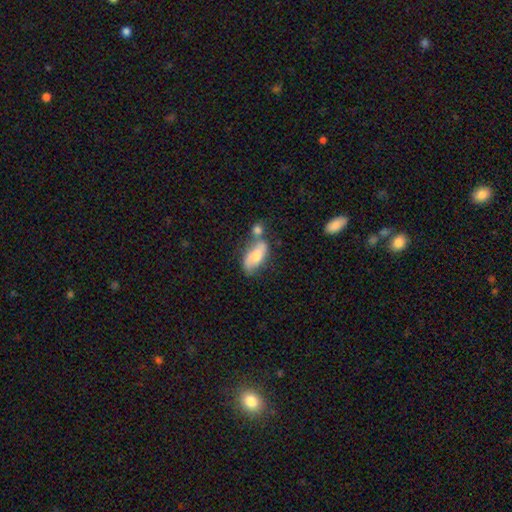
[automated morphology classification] type=smooth (58%); roundness=in between (86%); merging=none (39%).